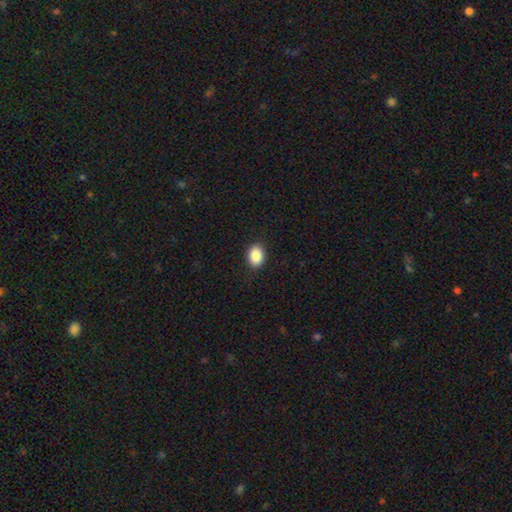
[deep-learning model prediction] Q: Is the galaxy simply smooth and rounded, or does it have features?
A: smooth — 89%.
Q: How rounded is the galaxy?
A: in between — 72%.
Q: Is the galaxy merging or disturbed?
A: none — 89%.